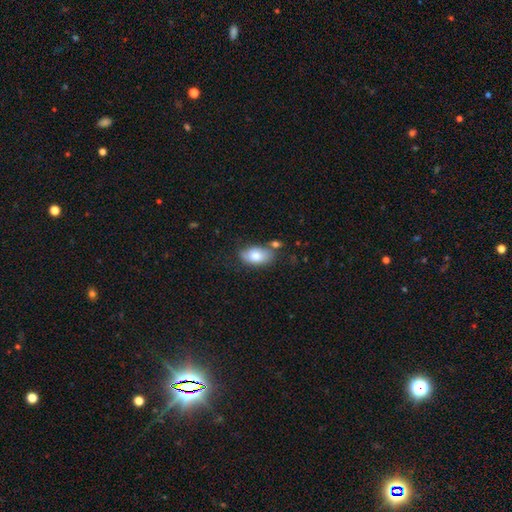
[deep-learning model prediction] Morphology: type=smooth (77%); roundness=in between (92%); merging=none (59%).